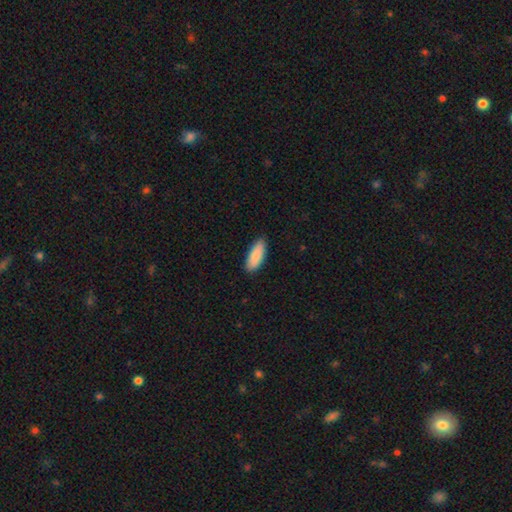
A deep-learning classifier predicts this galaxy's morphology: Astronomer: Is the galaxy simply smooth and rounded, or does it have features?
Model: smooth — 89%.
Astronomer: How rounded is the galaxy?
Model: in between — 75%.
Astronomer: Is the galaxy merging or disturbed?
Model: none — 87%.